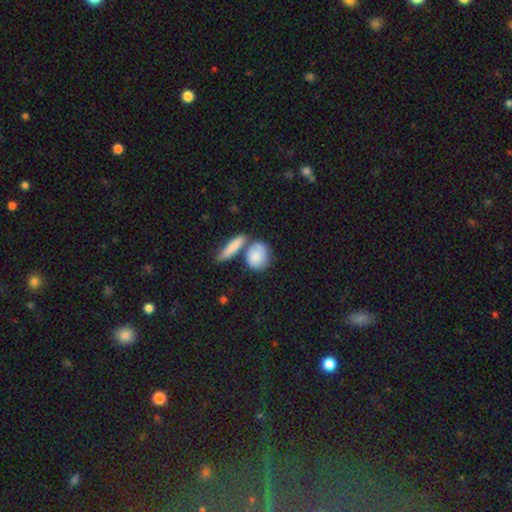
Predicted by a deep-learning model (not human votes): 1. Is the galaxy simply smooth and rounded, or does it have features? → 83% smooth, 11% featured or disk, 6% star or artifact.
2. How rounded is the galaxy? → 51% in between, 40% round, 8% cigar-shaped.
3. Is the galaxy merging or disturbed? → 52% none, 28% merger, 14% minor disturbance, 5% major disturbance.